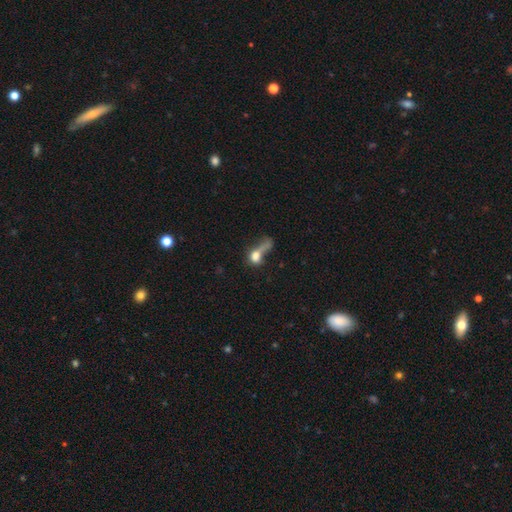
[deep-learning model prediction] Smooth or featured?
  - smooth: 67% *
  - featured or disk: 20%
  - star or artifact: 13%
How rounded?
  - in between: 46% *
  - round: 45%
  - cigar-shaped: 9%
Merging?
  - major disturbance: 37% *
  - merger: 32%
  - none: 19%
  - minor disturbance: 12%